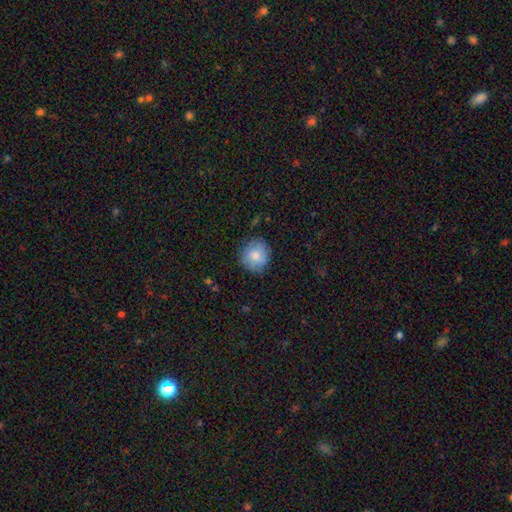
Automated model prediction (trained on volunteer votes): Morphology: type=smooth (81%); roundness=round (89%); merging=none (85%).